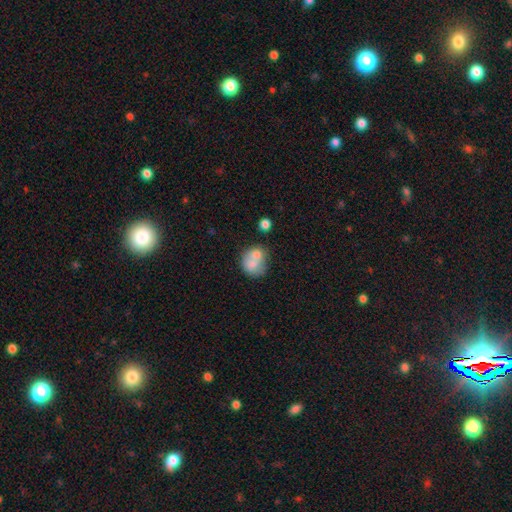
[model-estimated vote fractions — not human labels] smooth_or_featured: smooth (p=0.69) [alt: featured or disk p=0.23]
how_rounded: round (p=0.68) [alt: in between p=0.31]
merging: merger (p=0.56) [alt: none p=0.29]